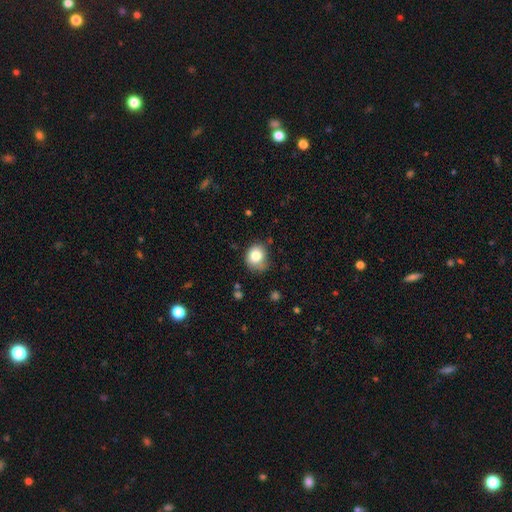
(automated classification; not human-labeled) smooth_or_featured: smooth (p=0.82) [alt: star or artifact p=0.10]
how_rounded: round (p=0.70) [alt: in between p=0.29]
merging: none (p=0.61) [alt: minor disturbance p=0.28]